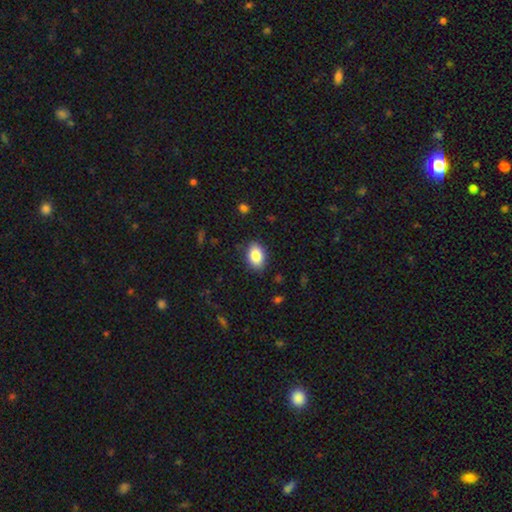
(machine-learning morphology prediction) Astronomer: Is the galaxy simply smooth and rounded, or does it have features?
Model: smooth — 86%.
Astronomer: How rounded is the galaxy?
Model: in between — 87%.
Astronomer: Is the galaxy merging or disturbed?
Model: none — 87%.